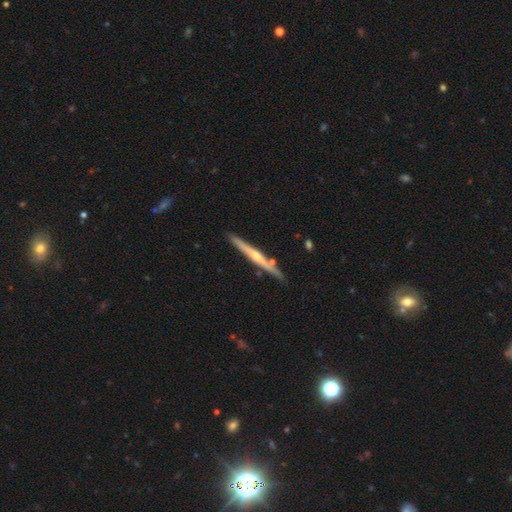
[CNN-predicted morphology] This is likely a featured or disk galaxy (76%). It is clearly viewed edge-on (97%). Edge-on bulge: likely rounded (75%). Merging: clearly none (84%).